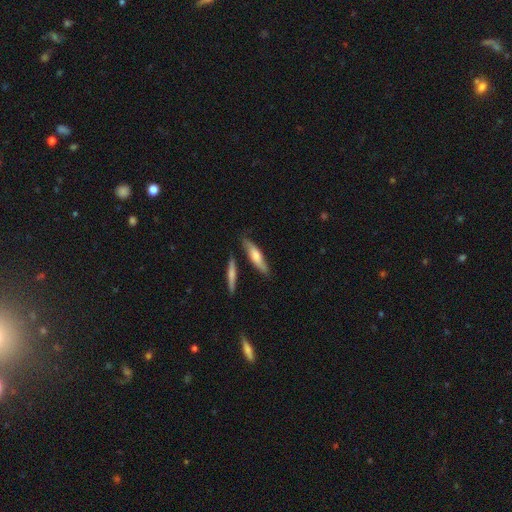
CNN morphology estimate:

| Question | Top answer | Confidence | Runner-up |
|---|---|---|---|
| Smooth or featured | smooth | 53% | featured or disk (41%) |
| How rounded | cigar-shaped | 74% | in between (23%) |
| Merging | none | 76% | minor disturbance (15%) |